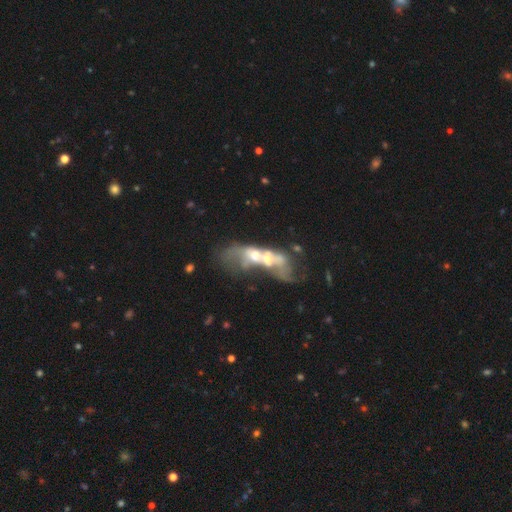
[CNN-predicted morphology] A featured or disk galaxy (61%) with no bar (77%), no spiral arms (71%) and a moderate central bulge (49%). Merging: merger (67%).